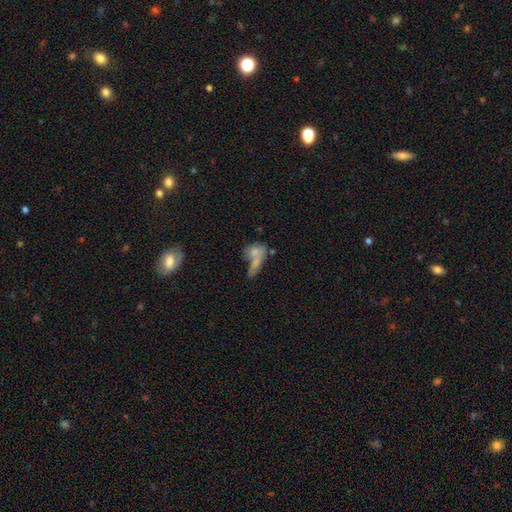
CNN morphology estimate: smooth 66%, featured or disk 22%, star or artifact 12%. Down the decision tree: how rounded — in between (61%); merging — merger (47%).